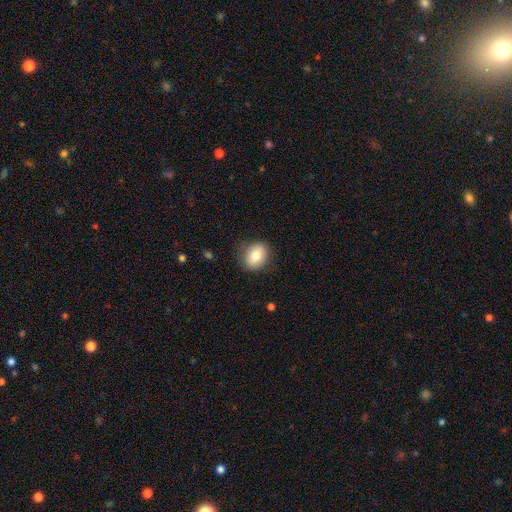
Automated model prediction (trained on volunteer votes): Q: Smooth or featured?
A: smooth (79%); runner-up: featured or disk (13%)
Q: How rounded?
A: in between (52%); runner-up: round (47%)
Q: Merging?
A: none (82%); runner-up: minor disturbance (14%)